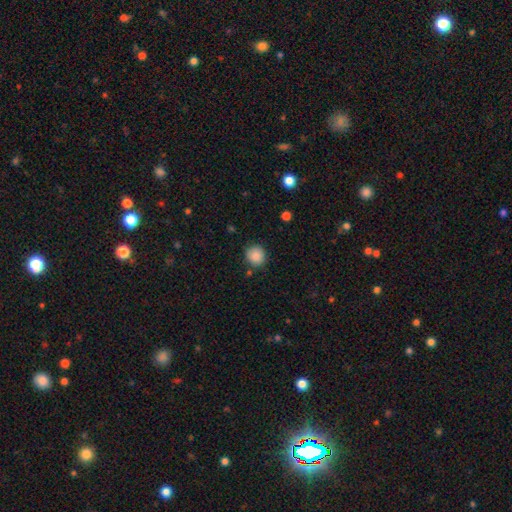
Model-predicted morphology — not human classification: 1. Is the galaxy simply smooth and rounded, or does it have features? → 87% smooth, 9% star or artifact, 4% featured or disk.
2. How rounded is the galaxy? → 90% round, 10% in between, 1% cigar-shaped.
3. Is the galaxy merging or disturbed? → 85% none, 10% minor disturbance, 3% major disturbance, 3% merger.